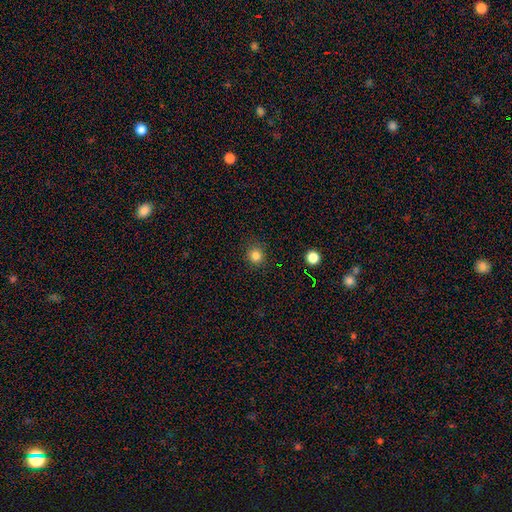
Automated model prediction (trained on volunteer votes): This appears to be a smooth galaxy with no disk features (83%) that is round (90%). Merging: none (89%).